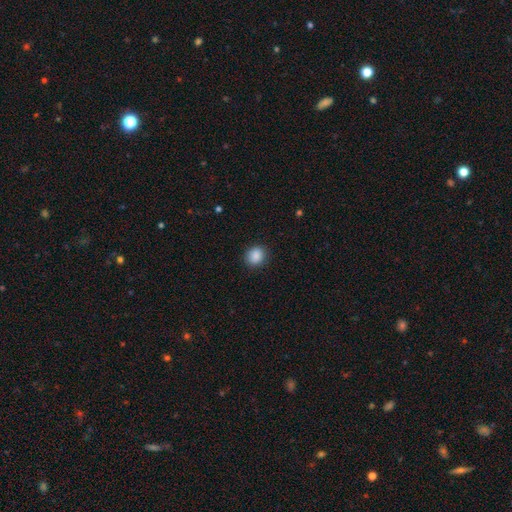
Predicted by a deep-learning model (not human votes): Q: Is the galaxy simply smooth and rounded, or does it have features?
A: smooth — 88%.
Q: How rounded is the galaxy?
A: round — 69%.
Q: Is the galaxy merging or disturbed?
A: none — 88%.